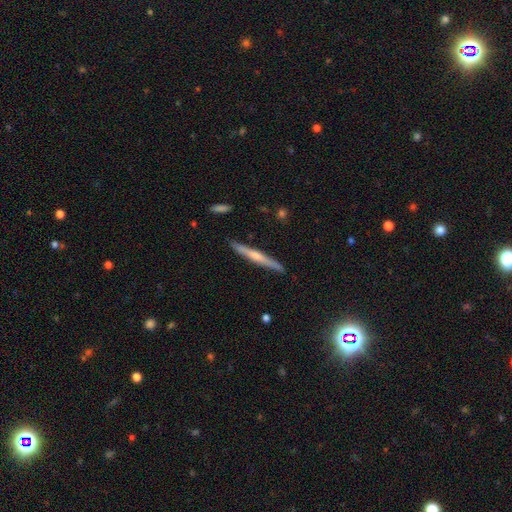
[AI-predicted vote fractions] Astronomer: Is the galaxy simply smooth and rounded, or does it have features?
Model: featured or disk — 58% (runner-up: smooth, 36%).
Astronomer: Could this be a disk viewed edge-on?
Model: yes — 97%.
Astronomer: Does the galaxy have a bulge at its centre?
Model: rounded — 56% (runner-up: none, 35%).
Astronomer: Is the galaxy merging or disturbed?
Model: none — 89%.